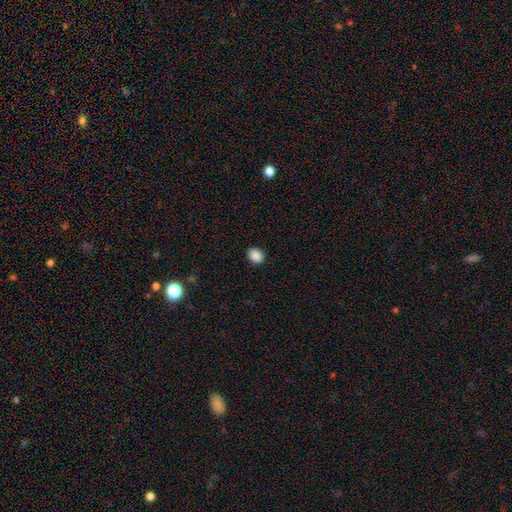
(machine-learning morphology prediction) The model was most divided on "how rounded": in between: 65%, round: 34%, cigar-shaped: 1%. More confident: merging — none (89%); smooth or featured — smooth (89%).